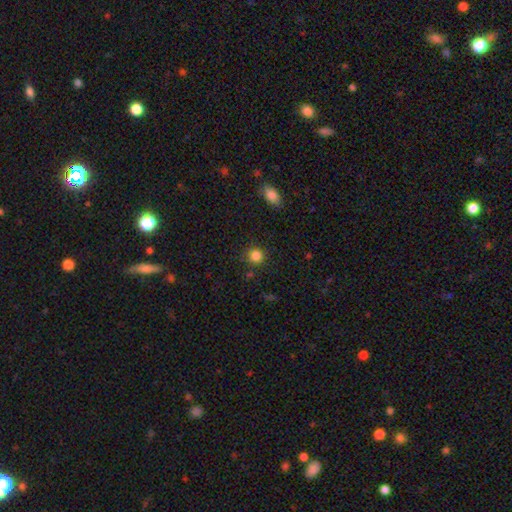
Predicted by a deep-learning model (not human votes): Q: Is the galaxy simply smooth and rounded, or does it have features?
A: smooth — 84%.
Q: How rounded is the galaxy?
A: round — 91%.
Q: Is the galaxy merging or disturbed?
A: none — 85%.